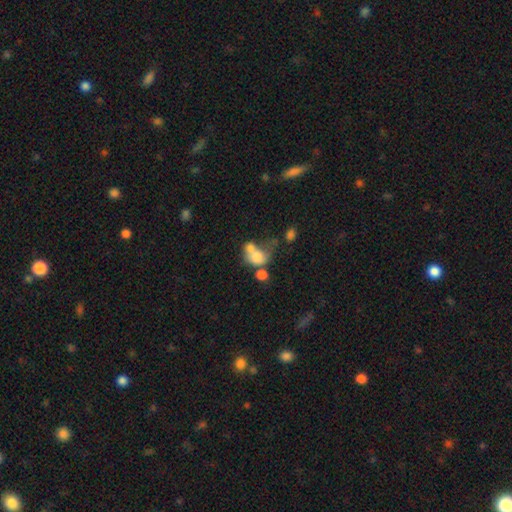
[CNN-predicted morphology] smooth 66%, featured or disk 23%, star or artifact 11%. Down the decision tree: how rounded — in between (58%); merging — merger (59%).